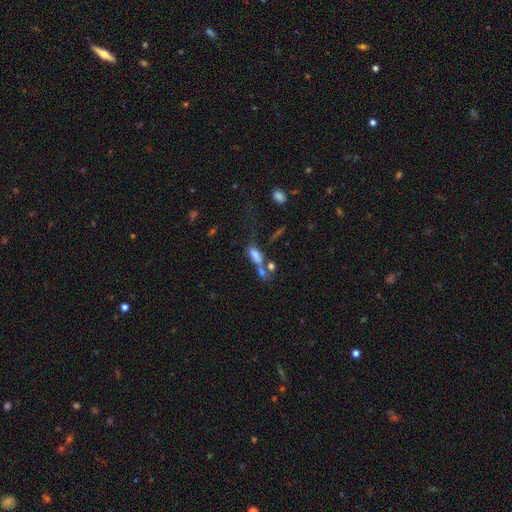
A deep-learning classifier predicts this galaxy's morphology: Smooth or featured? smooth (65%)
How rounded? in between (75%)
Merging? merger (49%)